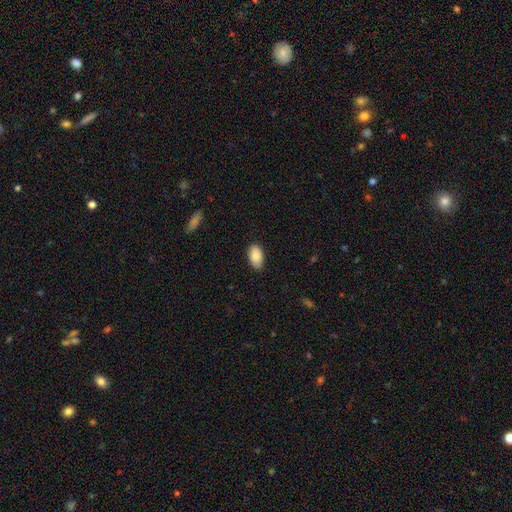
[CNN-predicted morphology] The model was most divided on "merging": none: 85%, minor disturbance: 12%, major disturbance: 2%, merger: 1%. More confident: how rounded — in between (94%); smooth or featured — smooth (89%).